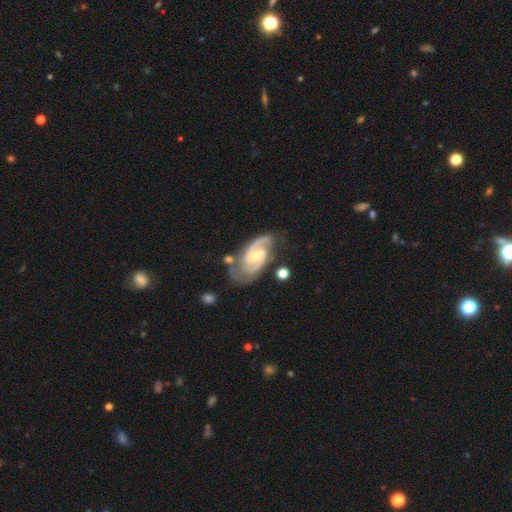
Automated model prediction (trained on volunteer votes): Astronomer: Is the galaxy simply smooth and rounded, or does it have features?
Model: featured or disk — 91%.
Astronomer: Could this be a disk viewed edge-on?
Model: no — 97%.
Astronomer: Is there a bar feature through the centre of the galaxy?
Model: no — 51% (runner-up: weak, 39%).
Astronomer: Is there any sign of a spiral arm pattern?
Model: yes — 98%.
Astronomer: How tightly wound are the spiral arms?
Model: tight — 48% (runner-up: medium, 45%).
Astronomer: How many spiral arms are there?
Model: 2 — 87%.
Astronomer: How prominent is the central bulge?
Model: small — 56% (runner-up: moderate, 40%).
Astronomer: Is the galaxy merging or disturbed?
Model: none — 66%.